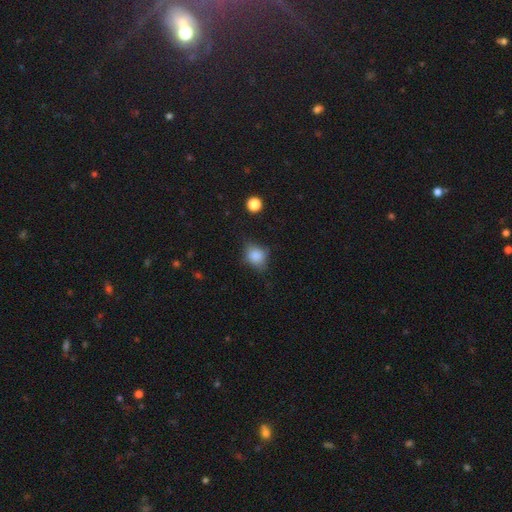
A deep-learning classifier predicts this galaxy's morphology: type=smooth (81%); roundness=round (60%); merging=none (61%).